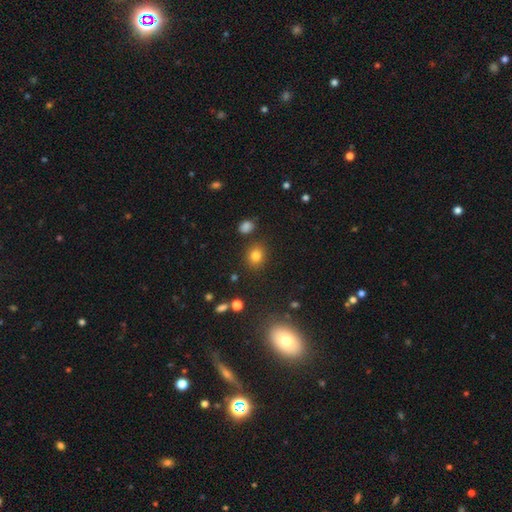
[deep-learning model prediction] The model was most divided on "how rounded": round: 66%, in between: 33%, cigar-shaped: 1%. More confident: merging — none (84%); smooth or featured — smooth (81%).